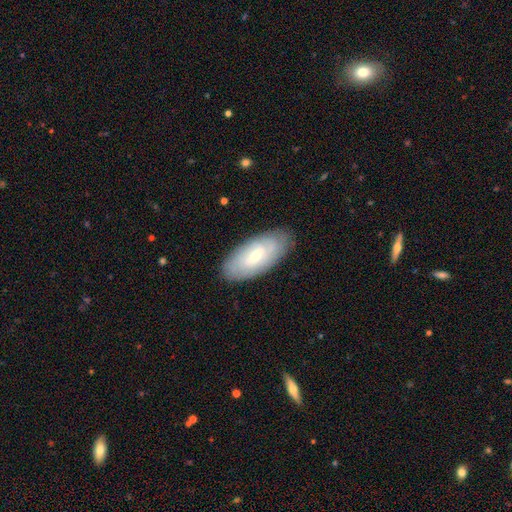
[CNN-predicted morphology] This is possibly a featured or disk galaxy (54%). It is clearly not viewed edge-on (86%). Merging: clearly none (84%).